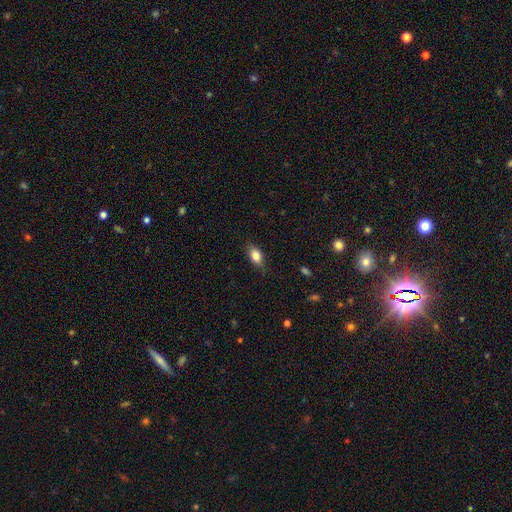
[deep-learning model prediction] This appears to be a smooth galaxy with no disk features (80%) that is in between round and cigar-shaped (84%). Merging: none (75%).